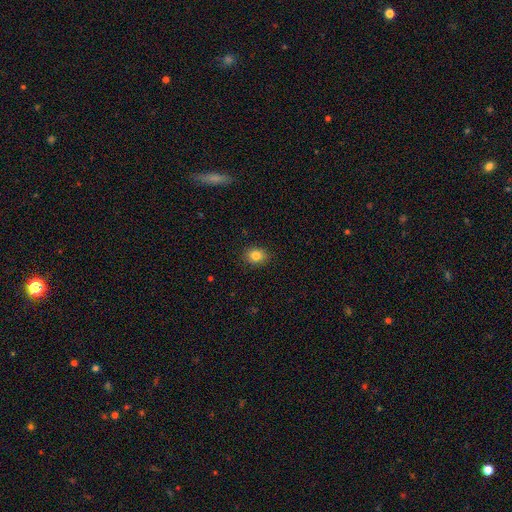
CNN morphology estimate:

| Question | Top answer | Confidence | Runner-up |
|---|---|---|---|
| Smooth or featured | smooth | 83% | star or artifact (11%) |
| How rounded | in between | 52% | round (47%) |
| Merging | none | 88% | minor disturbance (9%) |